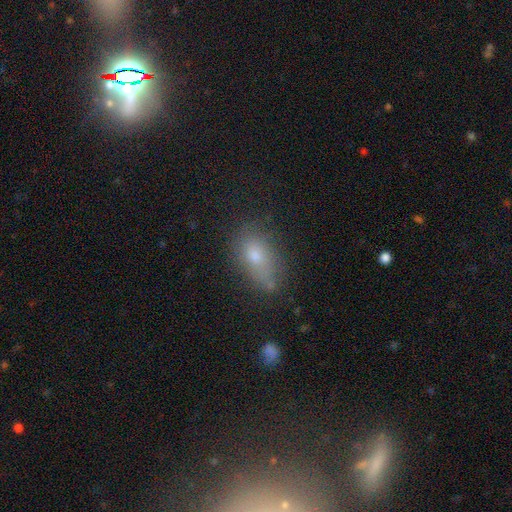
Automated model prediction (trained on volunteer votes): This appears to be a smooth galaxy with no disk features (67%) that is in between round and cigar-shaped (79%). Merging: none (56%).